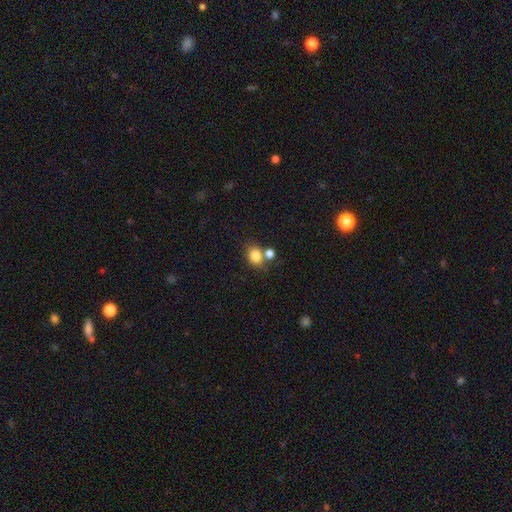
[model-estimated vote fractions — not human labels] smooth-or-featured: smooth: 81% | star or artifact: 11% | featured or disk: 8%
  how-rounded: round: 55% | in between: 44% | cigar-shaped: 1%
  merging: none: 57% | merger: 27% | minor disturbance: 12% | major disturbance: 4%